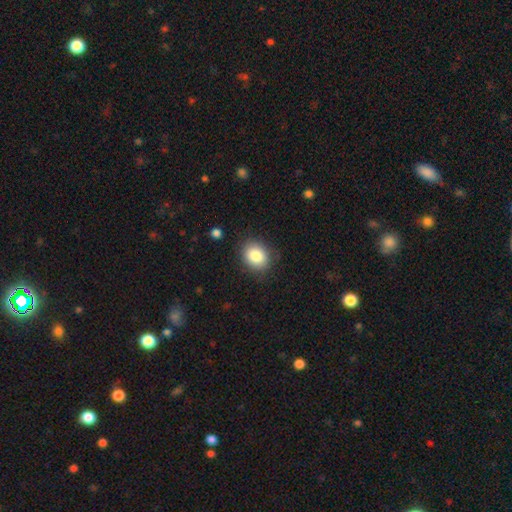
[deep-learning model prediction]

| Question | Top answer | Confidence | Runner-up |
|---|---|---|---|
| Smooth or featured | smooth | 84% | star or artifact (9%) |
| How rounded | round | 53% | in between (46%) |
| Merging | none | 85% | minor disturbance (11%) |